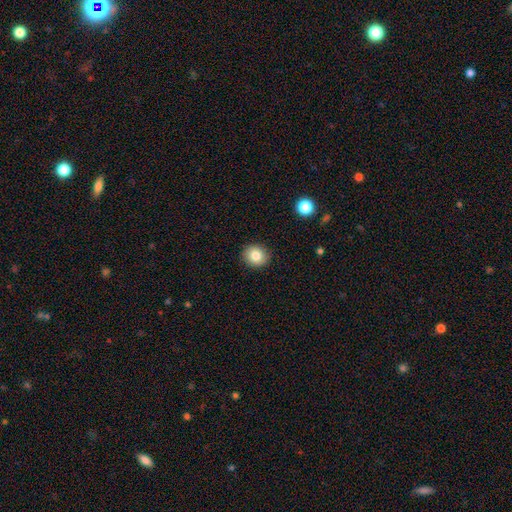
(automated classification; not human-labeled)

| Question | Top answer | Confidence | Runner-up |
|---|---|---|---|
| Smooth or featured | smooth | 83% | star or artifact (9%) |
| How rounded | round | 81% | in between (18%) |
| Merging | none | 90% | minor disturbance (7%) |